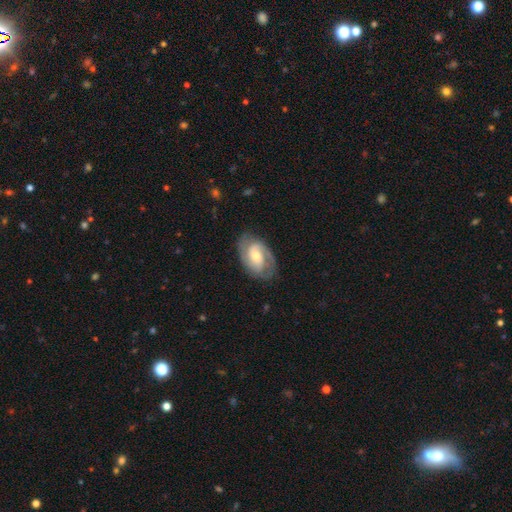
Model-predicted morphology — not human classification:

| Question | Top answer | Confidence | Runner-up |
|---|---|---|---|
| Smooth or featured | featured or disk | 79% | smooth (16%) |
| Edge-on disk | no | 96% | yes (4%) |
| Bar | no | 44% | weak (43%) |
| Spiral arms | yes | 93% | no (7%) |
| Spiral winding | medium | 45% | tight (41%) |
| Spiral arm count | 2 | 78% | can't tell (10%) |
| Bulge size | moderate | 58% | small (35%) |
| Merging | none | 78% | minor disturbance (15%) |